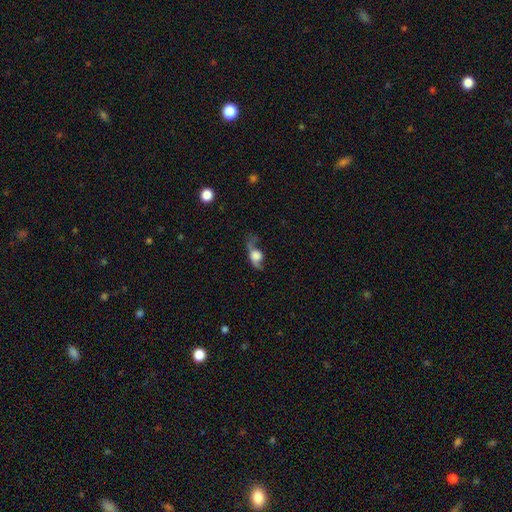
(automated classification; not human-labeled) A smooth galaxy with no disk features (52%) that is in between round and cigar-shaped (55%). Merging: major disturbance (40%).